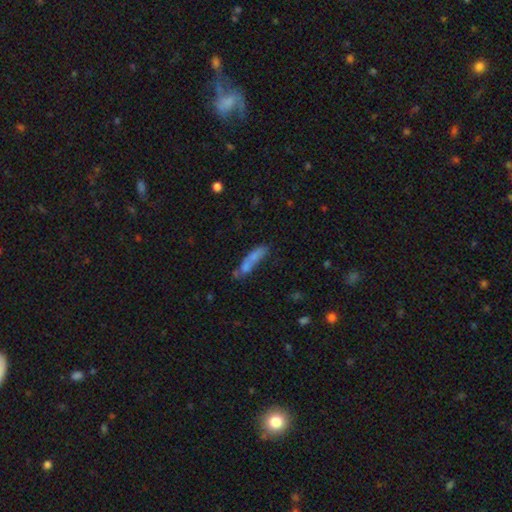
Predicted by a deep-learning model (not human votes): The model was most divided on "merging": none: 46%, merger: 26%, minor disturbance: 18%, major disturbance: 9%. More confident: how rounded — cigar-shaped (77%); smooth or featured — smooth (68%).